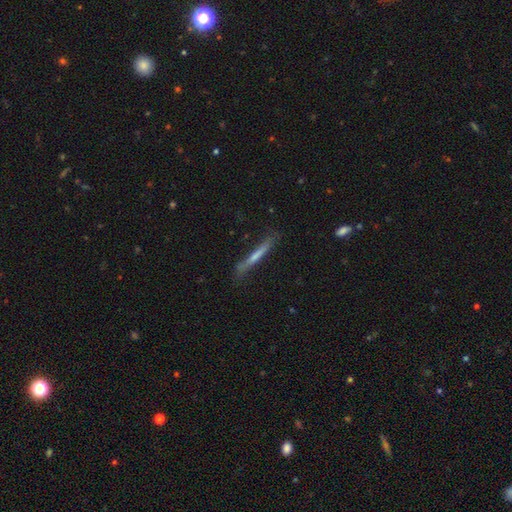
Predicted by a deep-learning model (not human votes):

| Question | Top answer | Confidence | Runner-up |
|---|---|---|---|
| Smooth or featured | featured or disk | 51% | smooth (42%) |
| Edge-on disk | yes | 92% | no (8%) |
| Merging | none | 75% | minor disturbance (19%) |